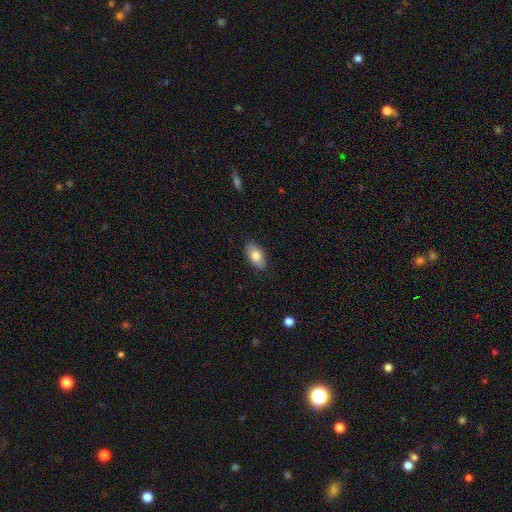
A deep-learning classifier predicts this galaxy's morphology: smooth_or_featured: smooth (p=0.77) [alt: featured or disk p=0.16]
how_rounded: in between (p=0.93) [alt: round p=0.05]
merging: none (p=0.86) [alt: minor disturbance p=0.11]